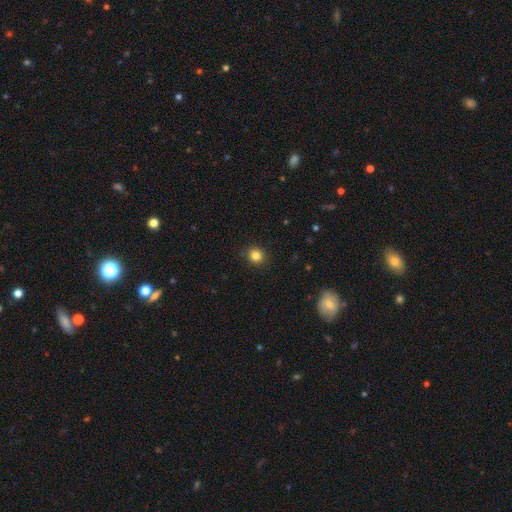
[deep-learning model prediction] Morphology: type=smooth (83%); roundness=round (88%); merging=none (91%).